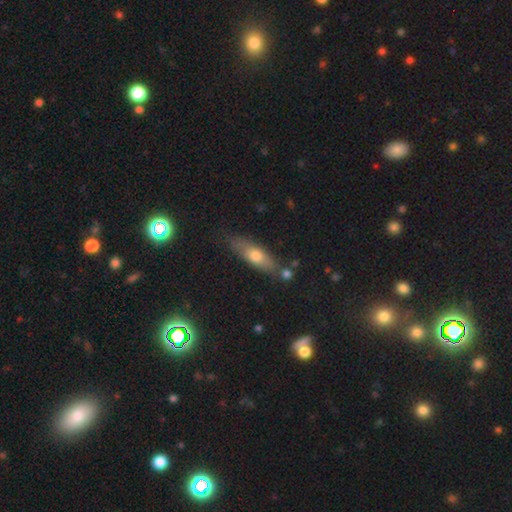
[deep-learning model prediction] Smooth or featured? Predicted: smooth (p=0.60). How rounded? Predicted: cigar-shaped (p=0.51). Merging? Predicted: none (p=0.74).